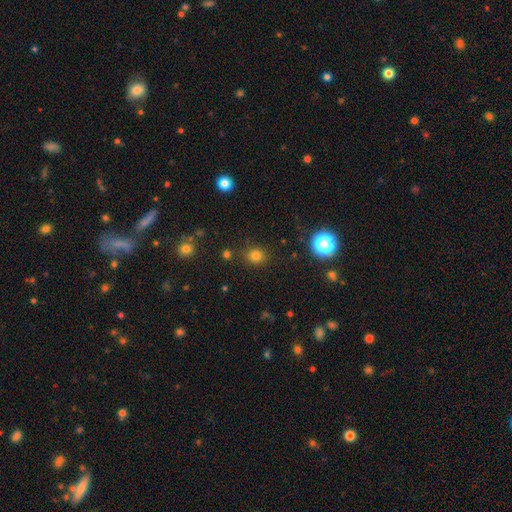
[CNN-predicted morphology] A smooth galaxy with no disk features (76%) that is round (80%). Merging: none (85%).